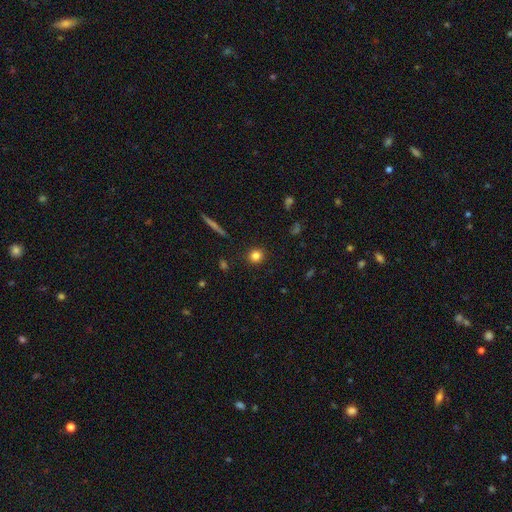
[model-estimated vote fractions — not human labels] Morphology: type=smooth (82%); roundness=round (90%); merging=none (91%).